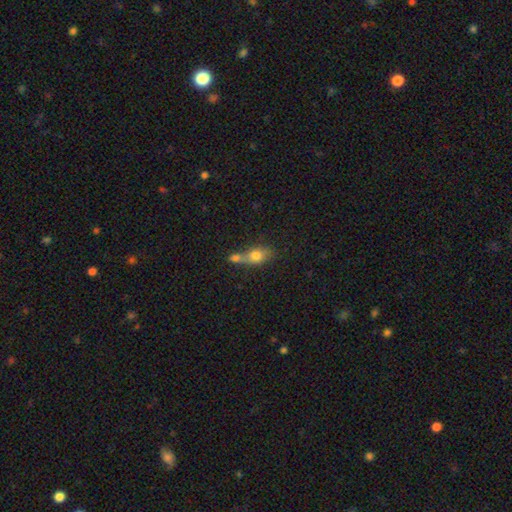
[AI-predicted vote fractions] Smooth or featured?
  - smooth: 72% *
  - featured or disk: 19%
  - star or artifact: 9%
How rounded?
  - in between: 63% *
  - round: 28%
  - cigar-shaped: 9%
Merging?
  - merger: 61% *
  - none: 22%
  - minor disturbance: 10%
  - major disturbance: 6%